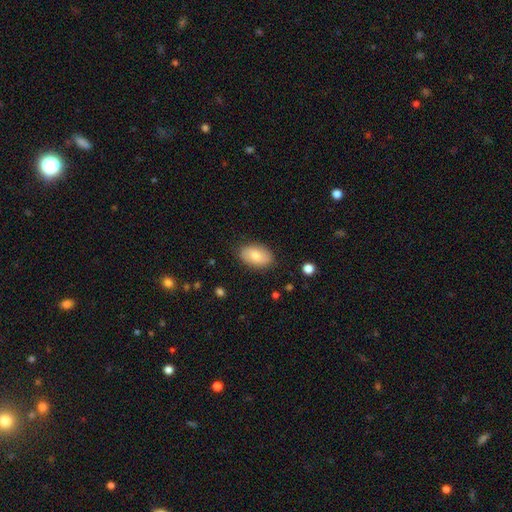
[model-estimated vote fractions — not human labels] Smooth or featured? smooth (72%)
How rounded? in between (91%)
Merging? none (84%)